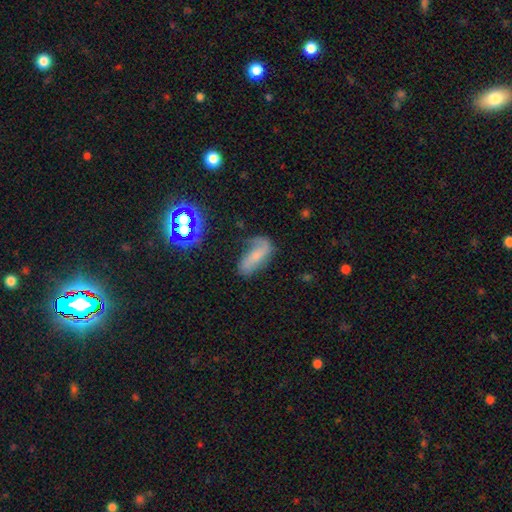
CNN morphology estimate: This appears to be a featured or disk galaxy (48%). Merging: none (47%).